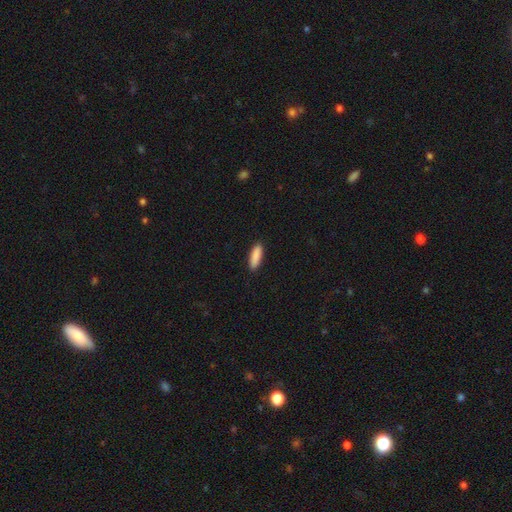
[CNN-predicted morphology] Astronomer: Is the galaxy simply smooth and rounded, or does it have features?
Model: smooth — 90%.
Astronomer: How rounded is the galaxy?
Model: cigar-shaped — 56% (runner-up: in between, 43%).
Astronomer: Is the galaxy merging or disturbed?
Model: none — 90%.